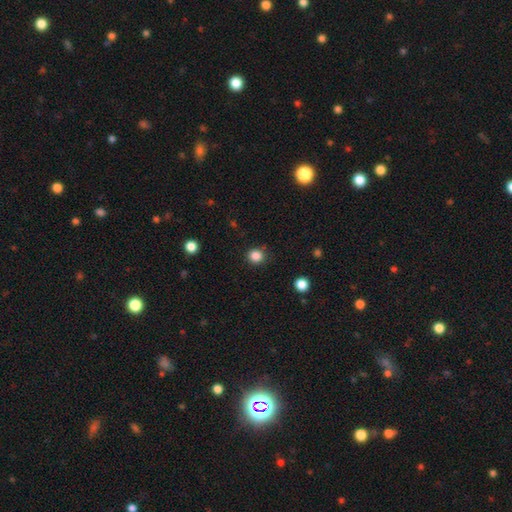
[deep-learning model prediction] A smooth galaxy with no disk features (85%) that is round (88%). Merging: none (87%).